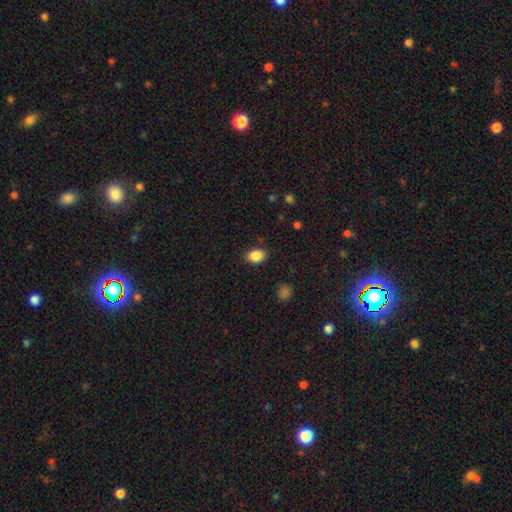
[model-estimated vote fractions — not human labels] smooth-or-featured: smooth: 87% | star or artifact: 9% | featured or disk: 4%
  how-rounded: in between: 73% | round: 26% | cigar-shaped: 1%
  merging: none: 87% | minor disturbance: 9% | major disturbance: 3% | merger: 1%